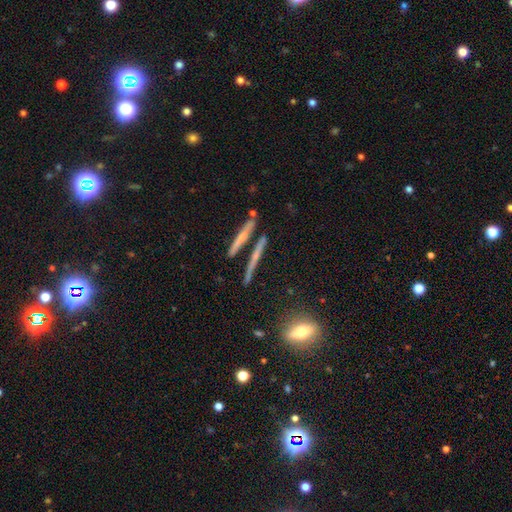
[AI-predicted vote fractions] featured or disk 57%, smooth 33%, star or artifact 11%. Down the decision tree: edge-on disk — yes (93%); edge-on bulge — none (62%); merging — none (79%).